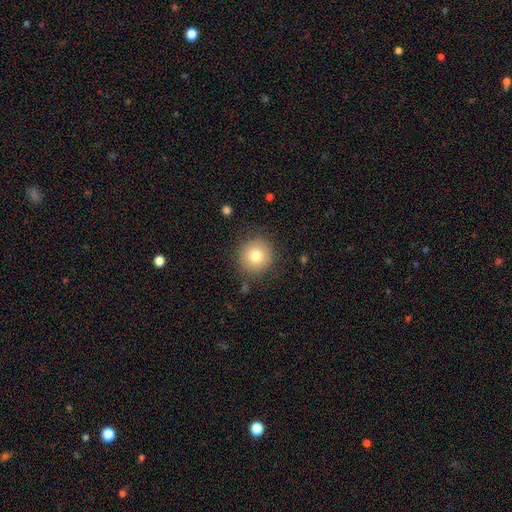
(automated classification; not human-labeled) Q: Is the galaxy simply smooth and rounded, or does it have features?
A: smooth — 79%.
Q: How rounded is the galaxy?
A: round — 93%.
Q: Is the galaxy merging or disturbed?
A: none — 86%.